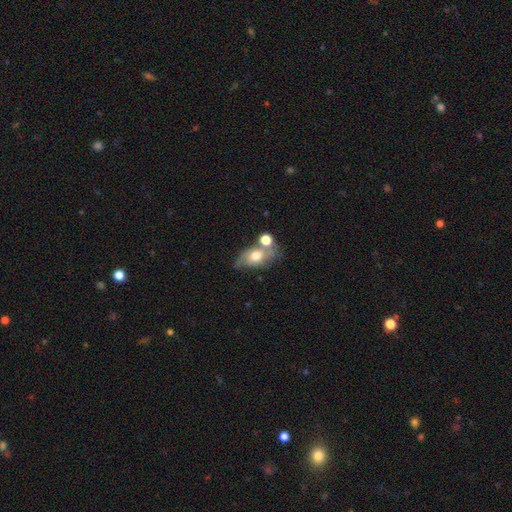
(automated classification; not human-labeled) Overall: smooth (55%; featured or disk 35%). How rounded: in between (75%). Merging: none (40%; merger 29%).